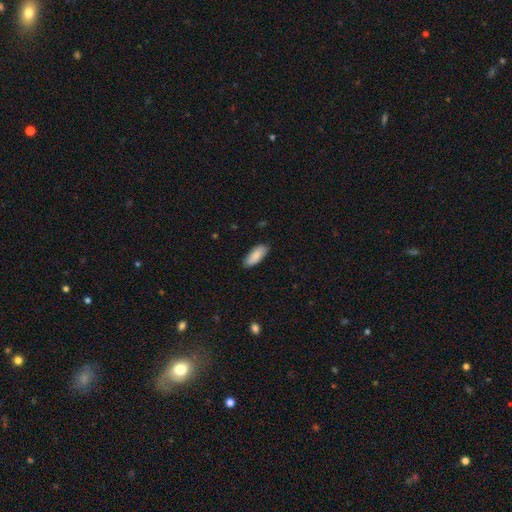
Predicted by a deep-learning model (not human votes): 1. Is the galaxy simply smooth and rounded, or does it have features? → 88% smooth, 7% featured or disk, 6% star or artifact.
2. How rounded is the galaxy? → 77% in between, 21% cigar-shaped, 2% round.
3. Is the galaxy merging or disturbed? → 84% none, 13% minor disturbance, 2% major disturbance, 1% merger.